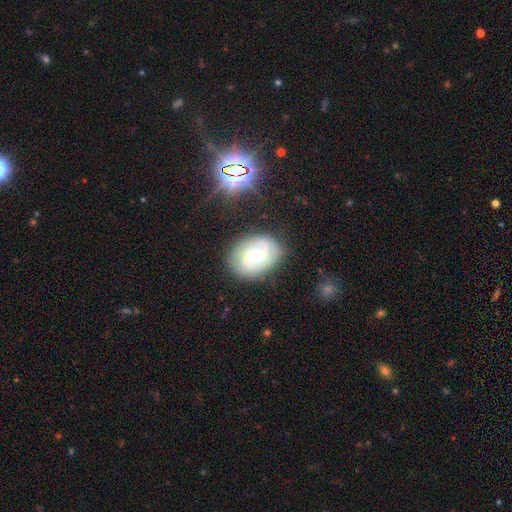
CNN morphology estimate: smooth_or_featured: featured or disk (p=0.80) [alt: smooth p=0.15]
disk_edge_on: no (p=0.97) [alt: yes p=0.03]
bar: weak (p=0.53) [alt: no p=0.28]
has_spiral_arms: yes (p=0.93) [alt: no p=0.07]
spiral_winding: tight (p=0.44) [alt: medium p=0.43]
spiral_arm_count: 2 (p=0.81) [alt: can't tell p=0.09]
bulge_size: moderate (p=0.65) [alt: large p=0.18]
merging: none (p=0.80) [alt: minor disturbance p=0.14]